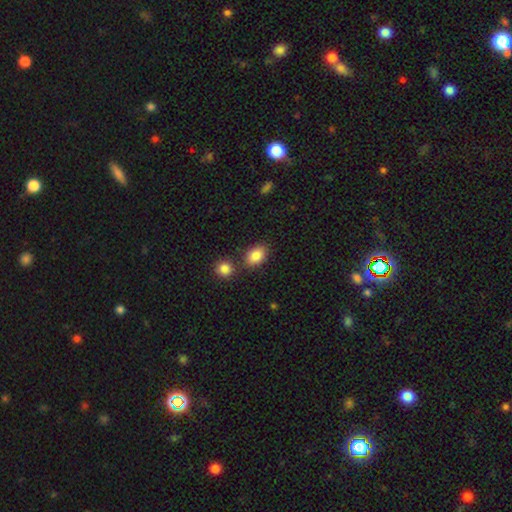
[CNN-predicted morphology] Overall: smooth (85%). How rounded: in between (82%). Merging: none (72%).